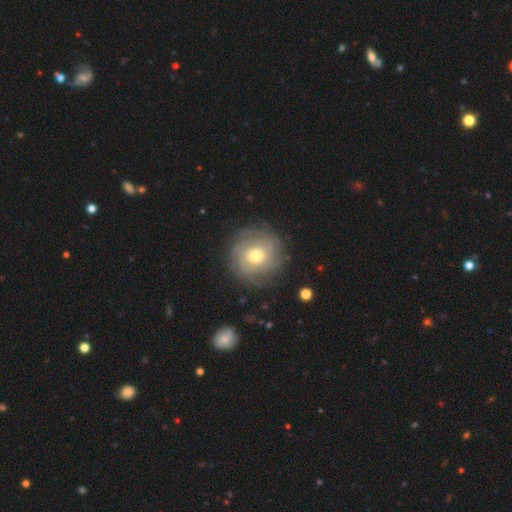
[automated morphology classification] Smooth or featured? featured or disk (69%)
Edge-on disk? no (97%)
Bar? no (75%)
Spiral arms? yes (87%)
Spiral winding? tight (75%)
Spiral arm count? can't tell (47%)
Bulge size? moderate (61%)
Merging? none (82%)